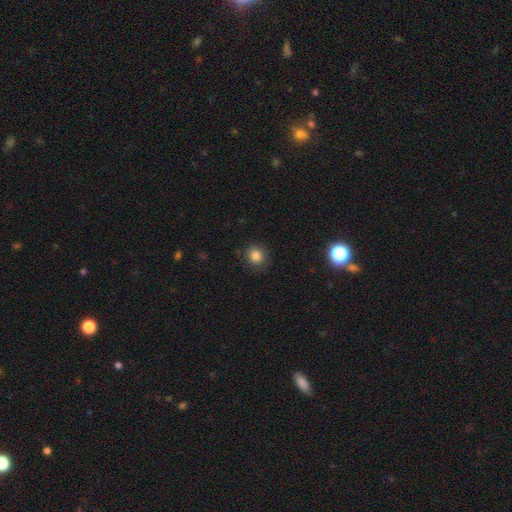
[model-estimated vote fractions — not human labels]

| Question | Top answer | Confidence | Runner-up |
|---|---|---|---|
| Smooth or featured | smooth | 83% | star or artifact (11%) |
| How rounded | round | 85% | in between (14%) |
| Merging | none | 87% | minor disturbance (9%) |